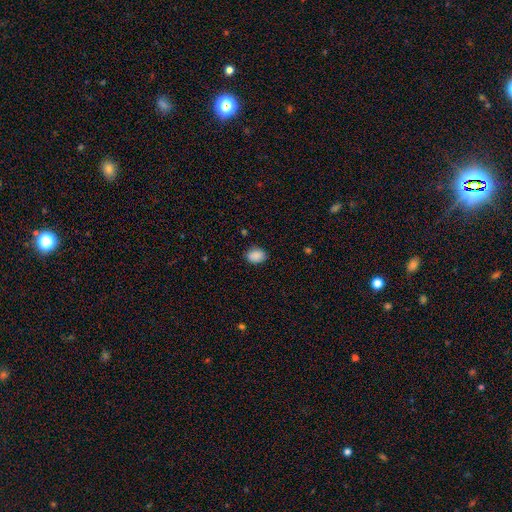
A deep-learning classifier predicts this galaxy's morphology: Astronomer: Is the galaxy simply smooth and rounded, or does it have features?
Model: smooth — 88%.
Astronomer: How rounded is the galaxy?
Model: in between — 65%.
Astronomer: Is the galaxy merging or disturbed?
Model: none — 82%.